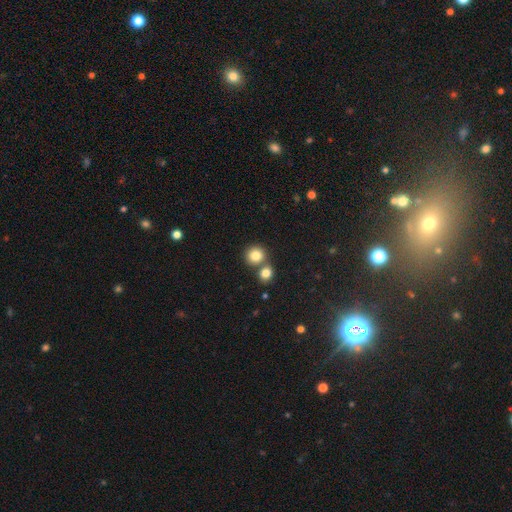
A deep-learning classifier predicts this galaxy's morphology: smooth_or_featured: smooth (p=0.82) [alt: star or artifact p=0.11]
how_rounded: round (p=0.86) [alt: in between p=0.13]
merging: none (p=0.59) [alt: merger p=0.32]